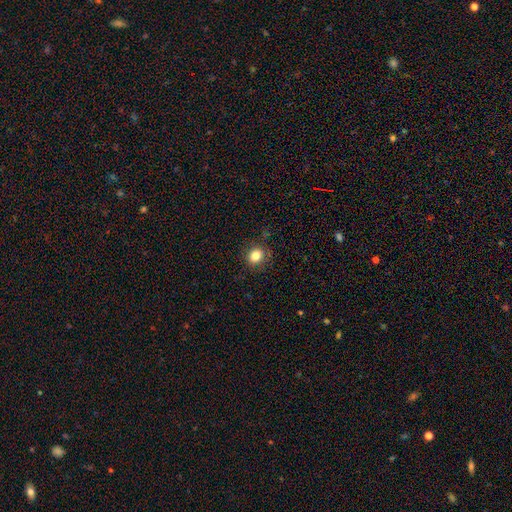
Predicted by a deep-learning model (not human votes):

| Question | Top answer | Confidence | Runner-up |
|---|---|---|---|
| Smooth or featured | smooth | 83% | star or artifact (11%) |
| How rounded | round | 81% | in between (18%) |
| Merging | none | 86% | minor disturbance (10%) |